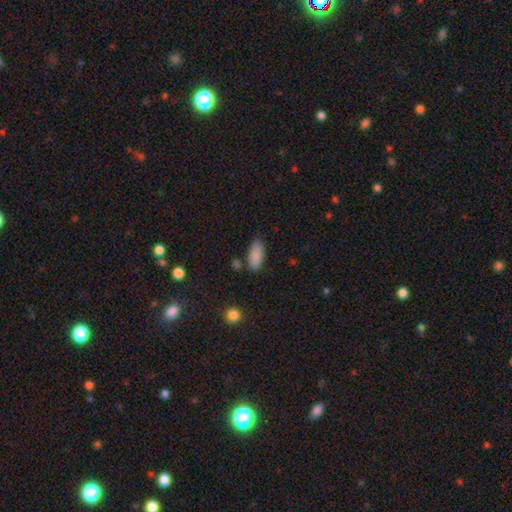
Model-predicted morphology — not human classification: Q: Smooth or featured?
A: smooth (88%); runner-up: star or artifact (7%)
Q: How rounded?
A: in between (86%); runner-up: cigar-shaped (12%)
Q: Merging?
A: none (79%); runner-up: minor disturbance (13%)